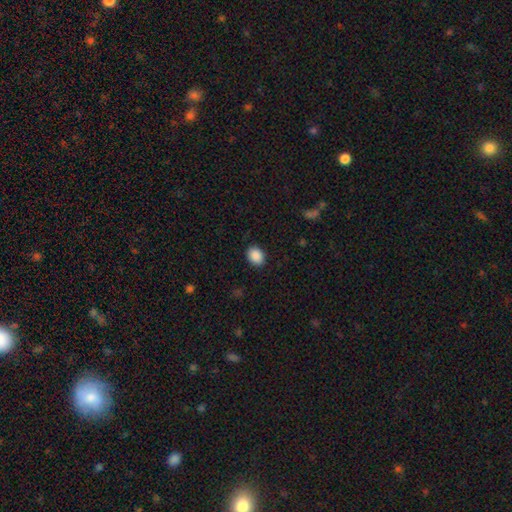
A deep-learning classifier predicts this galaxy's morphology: Q: Smooth or featured?
A: smooth (90%); runner-up: star or artifact (8%)
Q: How rounded?
A: in between (60%); runner-up: round (39%)
Q: Merging?
A: none (88%); runner-up: minor disturbance (8%)